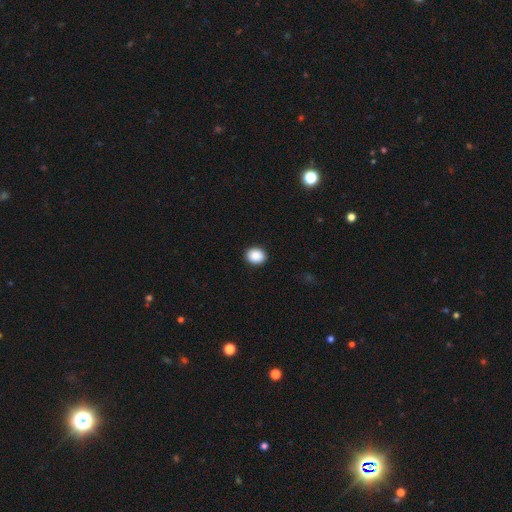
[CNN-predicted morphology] A smooth galaxy with no disk features (89%) that is round (64%).

Vote fractions:
- Smooth or featured? smooth: 89% / star or artifact: 8% / featured or disk: 3%
- How rounded? round: 64% / in between: 35% / cigar-shaped: 1%
- Merging? none: 92% / minor disturbance: 6% / major disturbance: 2% / merger: 1%